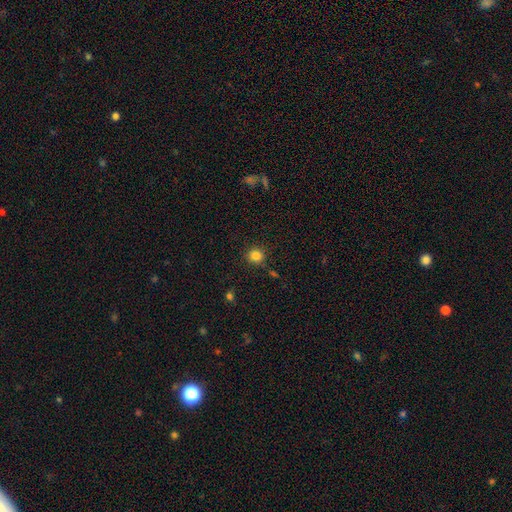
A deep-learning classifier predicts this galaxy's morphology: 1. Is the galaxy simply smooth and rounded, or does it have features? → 83% smooth, 12% star or artifact, 5% featured or disk.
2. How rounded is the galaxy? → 90% round, 9% in between, 1% cigar-shaped.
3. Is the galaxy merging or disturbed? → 87% none, 8% minor disturbance, 3% merger, 3% major disturbance.